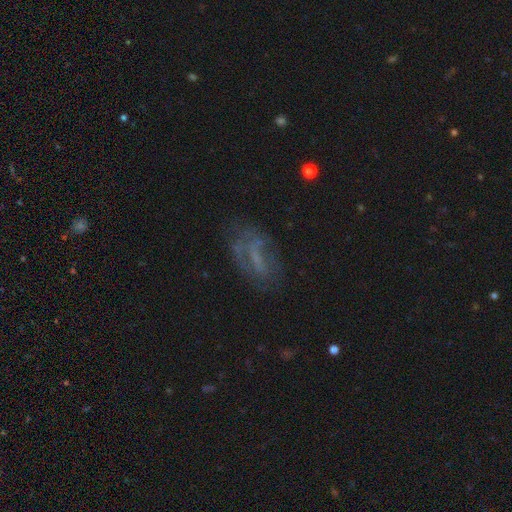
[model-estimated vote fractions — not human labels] featured or disk 51%, smooth 30%, star or artifact 19%. Down the decision tree: edge-on disk — no (92%); merging — none (55%).